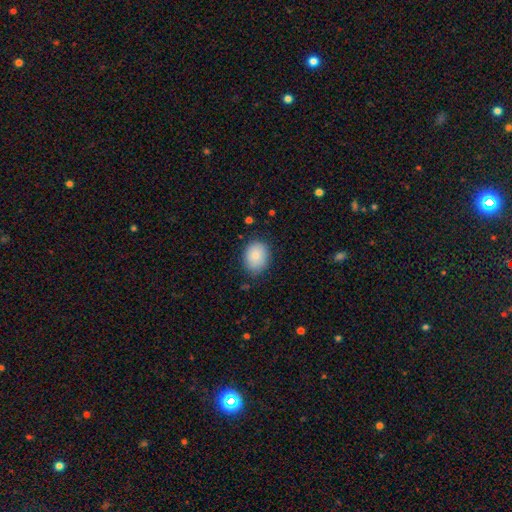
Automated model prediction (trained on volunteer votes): This is clearly a smooth galaxy (86%). How rounded: possibly in between (60%). Merging: likely none (79%).